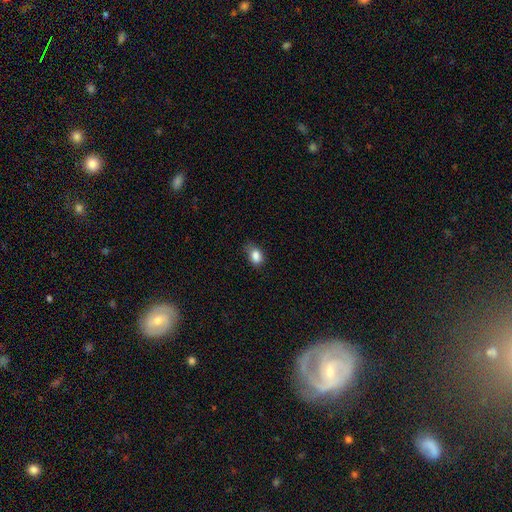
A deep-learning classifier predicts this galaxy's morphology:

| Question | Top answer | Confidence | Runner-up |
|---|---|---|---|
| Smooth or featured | smooth | 85% | star or artifact (10%) |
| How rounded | in between | 76% | round (23%) |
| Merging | none | 57% | minor disturbance (33%) |